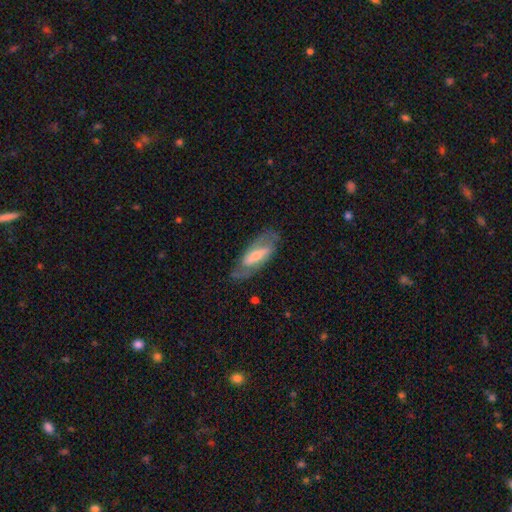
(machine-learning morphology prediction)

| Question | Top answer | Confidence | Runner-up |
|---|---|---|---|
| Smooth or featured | featured or disk | 70% | smooth (24%) |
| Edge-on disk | no | 85% | yes (15%) |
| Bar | strong | 51% | weak (31%) |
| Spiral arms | yes | 76% | no (24%) |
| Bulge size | moderate | 46% | small (45%) |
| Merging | none | 72% | minor disturbance (18%) |